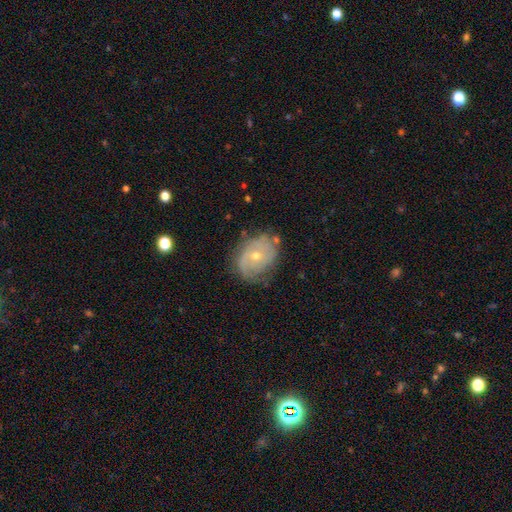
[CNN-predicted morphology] type=featured or disk (70%); edge-on=no (96%); bar=no (77%); spiral arms=yes (83%); winding=tight (55%); arm count=2 (40%); bulge=small (55%); merging=none (68%).